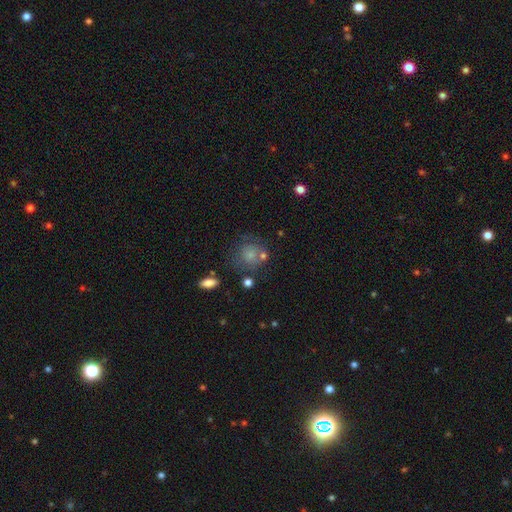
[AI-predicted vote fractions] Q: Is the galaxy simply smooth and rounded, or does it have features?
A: smooth — 59%.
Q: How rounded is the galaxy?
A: round — 87%.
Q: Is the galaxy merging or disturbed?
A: none — 67%.